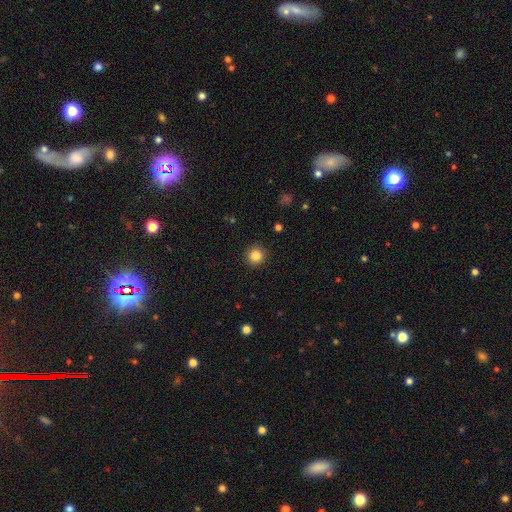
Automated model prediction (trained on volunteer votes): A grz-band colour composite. It shows a smooth galaxy with no disk features (84%) that is round (95%). Merging: none (92%).